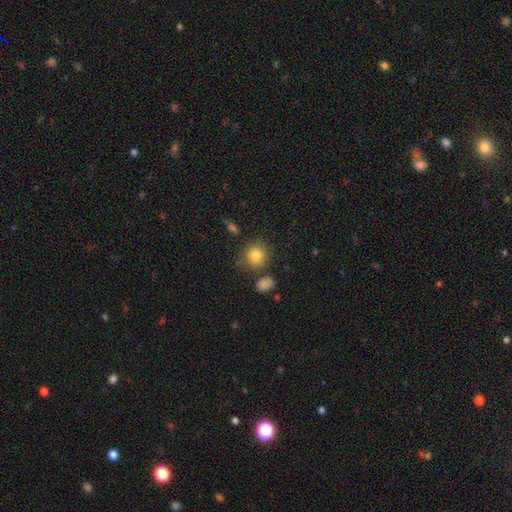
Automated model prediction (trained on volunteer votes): This appears to be a smooth galaxy with no disk features (84%) that is round (86%). Merging: none (81%).